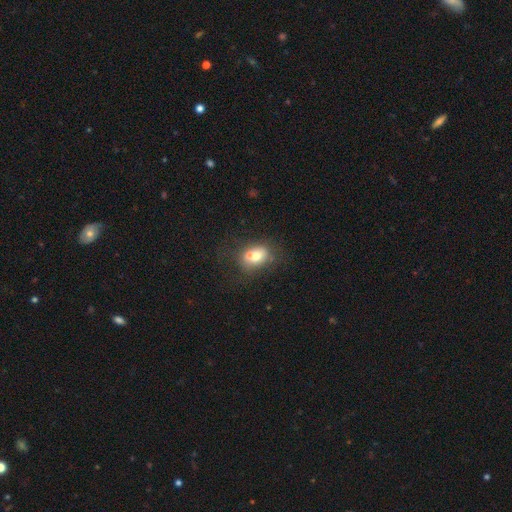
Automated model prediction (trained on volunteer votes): Q: Smooth or featured?
A: smooth (65%); runner-up: featured or disk (24%)
Q: How rounded?
A: in between (56%); runner-up: round (43%)
Q: Merging?
A: merger (44%); runner-up: none (38%)